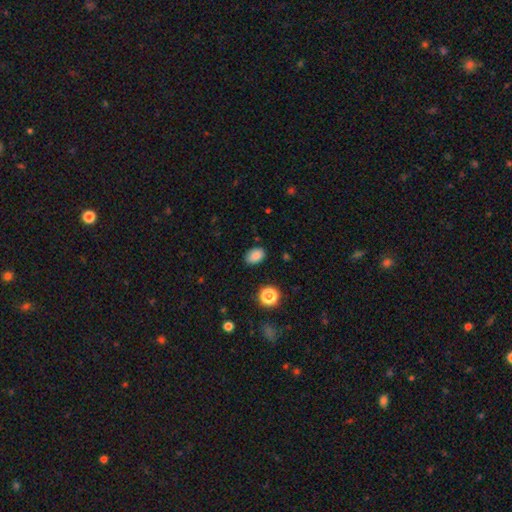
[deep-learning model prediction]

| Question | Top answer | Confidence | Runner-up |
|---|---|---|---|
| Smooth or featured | smooth | 85% | star or artifact (11%) |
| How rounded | in between | 80% | round (19%) |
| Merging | none | 84% | minor disturbance (12%) |